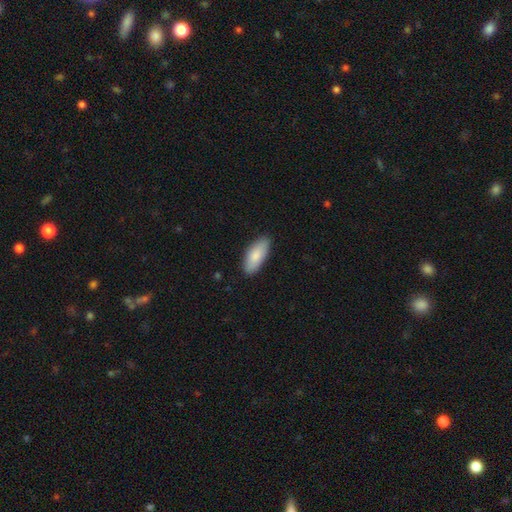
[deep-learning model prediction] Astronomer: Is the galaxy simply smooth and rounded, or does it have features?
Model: smooth — 85%.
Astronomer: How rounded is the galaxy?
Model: in between — 84%.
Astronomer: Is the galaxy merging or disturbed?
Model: none — 86%.